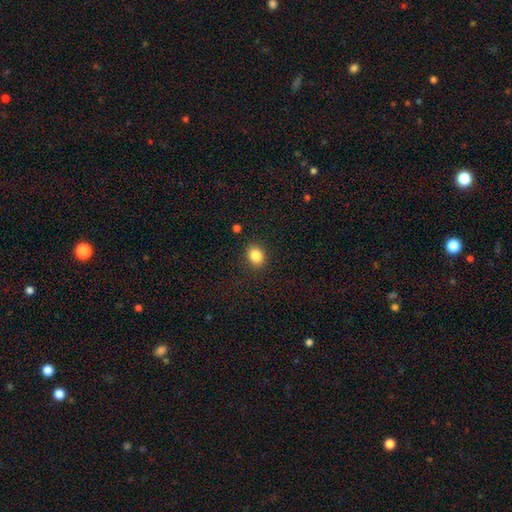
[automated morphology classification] smooth-or-featured: smooth: 85% | star or artifact: 10% | featured or disk: 5%
  how-rounded: round: 57% | in between: 42% | cigar-shaped: 1%
  merging: none: 90% | minor disturbance: 7% | major disturbance: 2% | merger: 1%